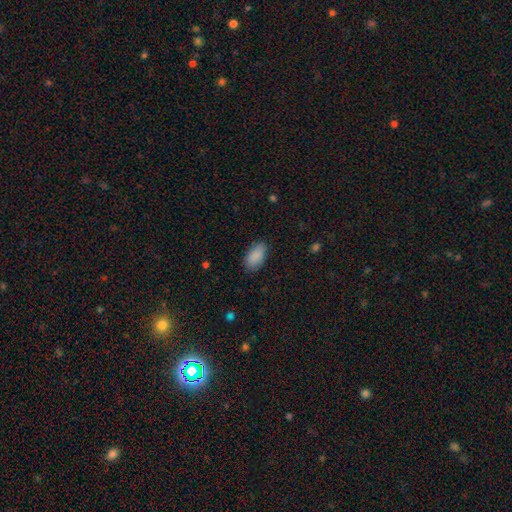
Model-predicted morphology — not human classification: A smooth galaxy with no disk features (90%) that is in between round and cigar-shaped (94%).

Vote fractions:
- Smooth or featured? smooth: 90% / star or artifact: 7% / featured or disk: 4%
- How rounded? in between: 94% / round: 4% / cigar-shaped: 2%
- Merging? none: 83% / minor disturbance: 13% / major disturbance: 3% / merger: 1%